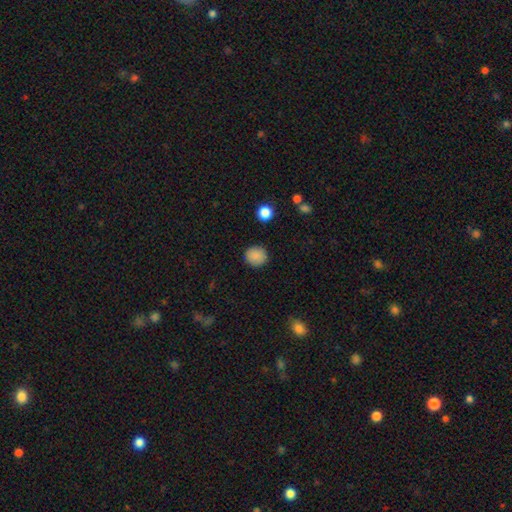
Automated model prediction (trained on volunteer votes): smooth 87%, star or artifact 9%, featured or disk 3%. Down the decision tree: how rounded — round (90%); merging — none (90%).